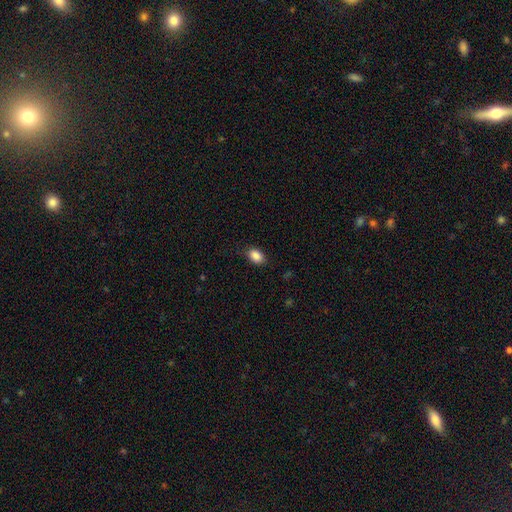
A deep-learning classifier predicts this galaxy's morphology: A smooth galaxy with no disk features (87%) that is in between round and cigar-shaped (81%). Merging: none (82%).